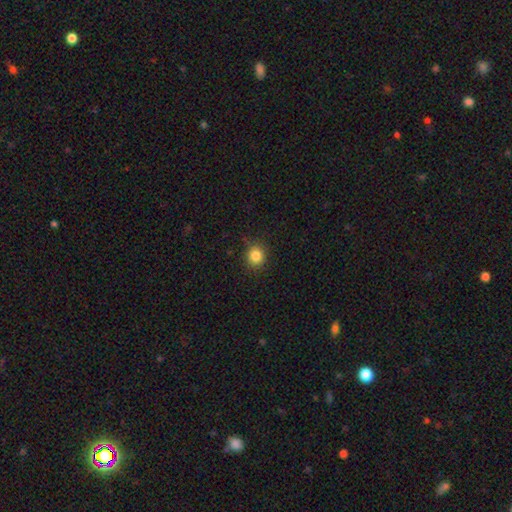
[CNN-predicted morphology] Smooth or featured?
  - smooth: 84% *
  - star or artifact: 11%
  - featured or disk: 5%
How rounded?
  - round: 89% *
  - in between: 10%
  - cigar-shaped: 1%
Merging?
  - none: 84% *
  - minor disturbance: 12%
  - major disturbance: 3%
  - merger: 1%